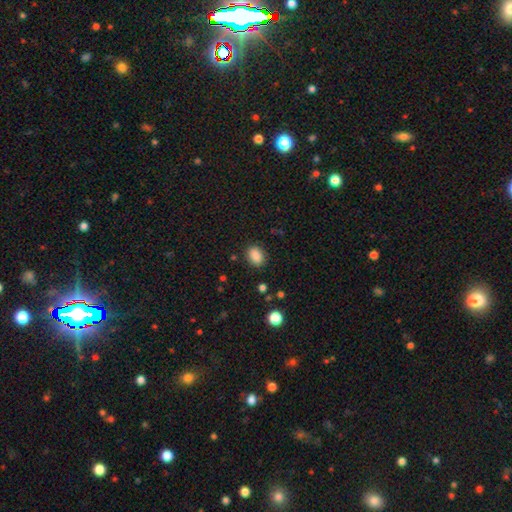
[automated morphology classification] Smooth or featured? smooth (87%)
How rounded? in between (76%)
Merging? none (86%)